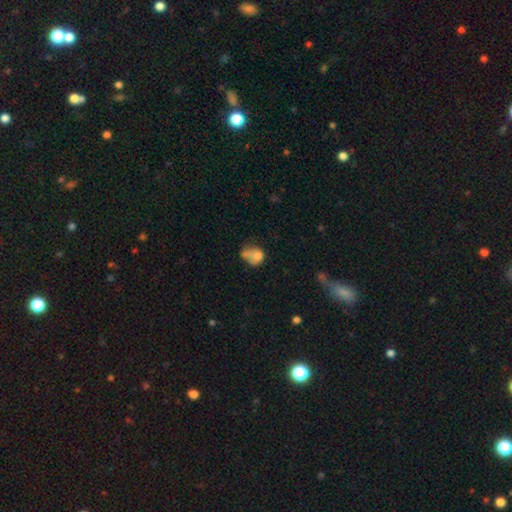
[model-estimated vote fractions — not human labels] smooth_or_featured: smooth (p=0.63) [alt: featured or disk p=0.25]
how_rounded: in between (p=0.60) [alt: round p=0.39]
merging: major disturbance (p=0.29) [alt: merger p=0.27]